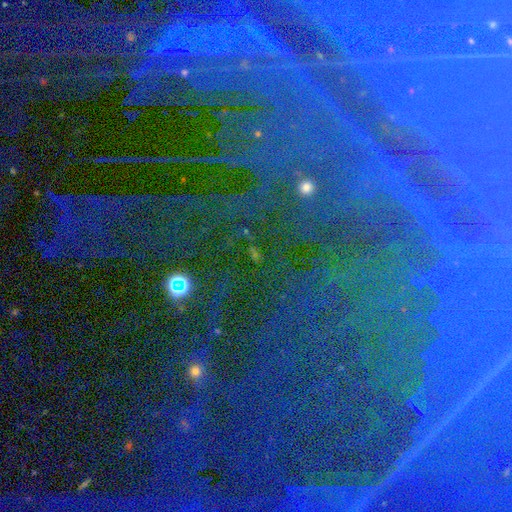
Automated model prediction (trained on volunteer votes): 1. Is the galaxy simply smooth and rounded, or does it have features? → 81% star or artifact, 11% featured or disk, 8% smooth.